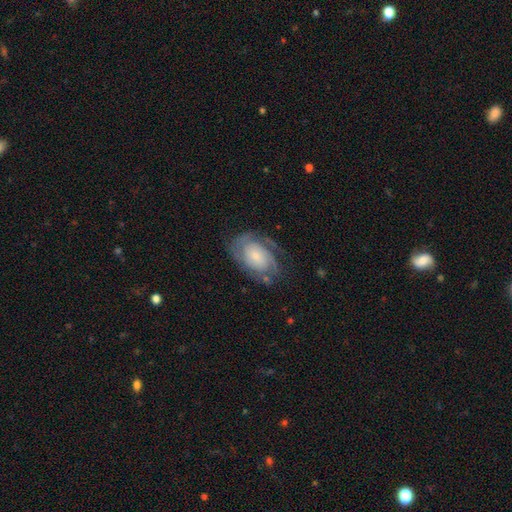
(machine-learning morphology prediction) Smooth or featured: featured or disk — 74% (smooth — 20%)
Edge-on disk: no — 97% (yes — 3%)
Bar: no — 74% (weak — 21%)
Spiral arms: yes — 90% (no — 10%)
Spiral winding: tight — 59% (medium — 31%)
Spiral arm count: 2 — 40% (can't tell — 34%)
Bulge size: small — 55% (moderate — 26%)
Merging: none — 66% (minor disturbance — 20%)